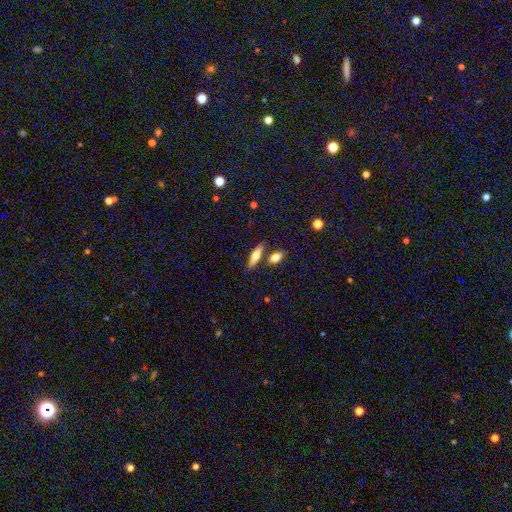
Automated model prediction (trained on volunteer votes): Q: Smooth or featured?
A: smooth (62%); runner-up: featured or disk (31%)
Q: How rounded?
A: in between (54%); runner-up: cigar-shaped (43%)
Q: Merging?
A: none (72%); runner-up: merger (13%)